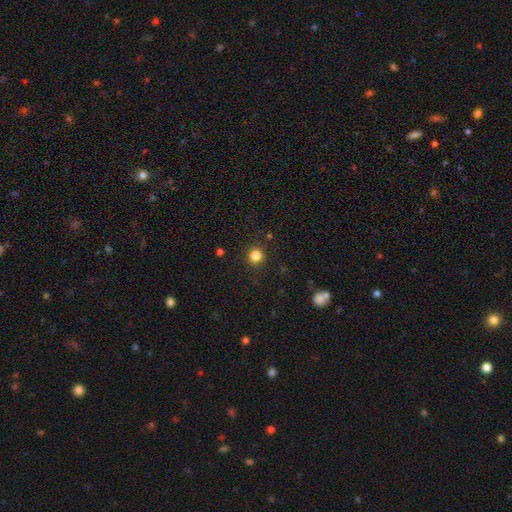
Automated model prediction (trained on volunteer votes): Smooth or featured: smooth — 83% (star or artifact — 13%)
How rounded: round — 93% (in between — 7%)
Merging: none — 91% (minor disturbance — 6%)